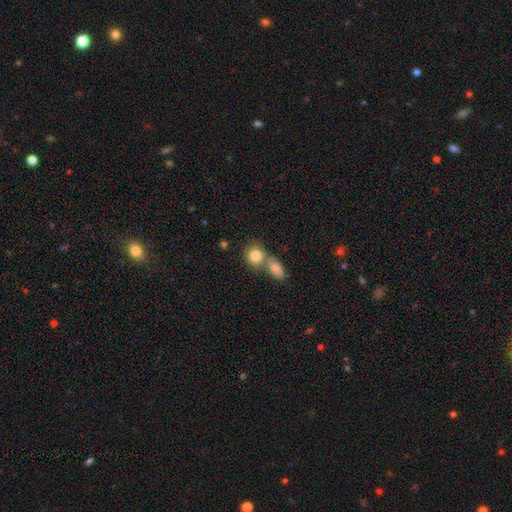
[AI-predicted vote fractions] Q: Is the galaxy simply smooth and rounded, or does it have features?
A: smooth — 83%.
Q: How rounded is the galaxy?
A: round — 69%.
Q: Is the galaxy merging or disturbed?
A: merger — 49%.